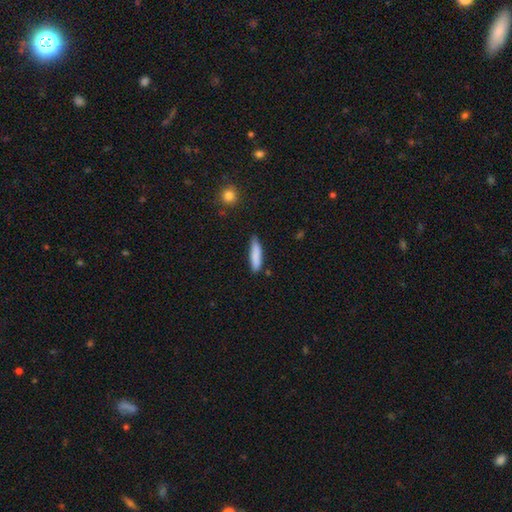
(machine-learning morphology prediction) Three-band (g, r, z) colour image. It shows a smooth galaxy with no disk features (85%) that is cigar-shaped (77%). Merging: none (77%).